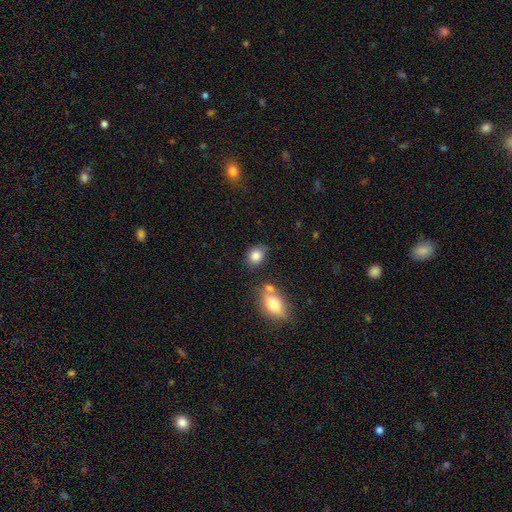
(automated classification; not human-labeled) smooth 84%, star or artifact 9%, featured or disk 7%. Down the decision tree: how rounded — round (51%); merging — none (68%).